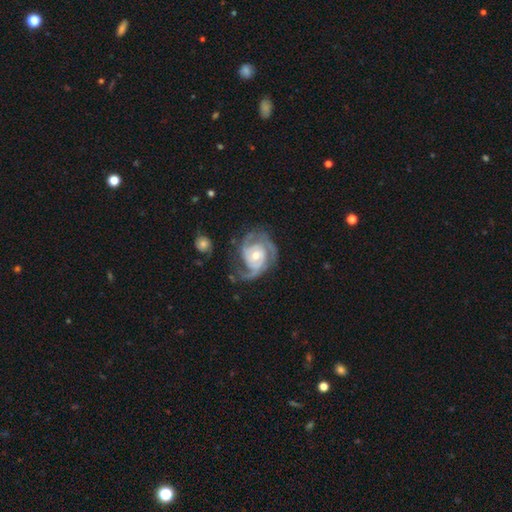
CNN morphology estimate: The model was most divided on "spiral arm count": 2: 40%, 3: 32%, can't tell: 12%, 1: 6%, 4: 5%, more than 4: 4%. More confident: edge-on disk — no (98%); spiral arms — yes (97%); smooth or featured — featured or disk (91%); bar — no (66%); bulge size — moderate (61%); merging — none (61%); spiral winding — tight (52%).